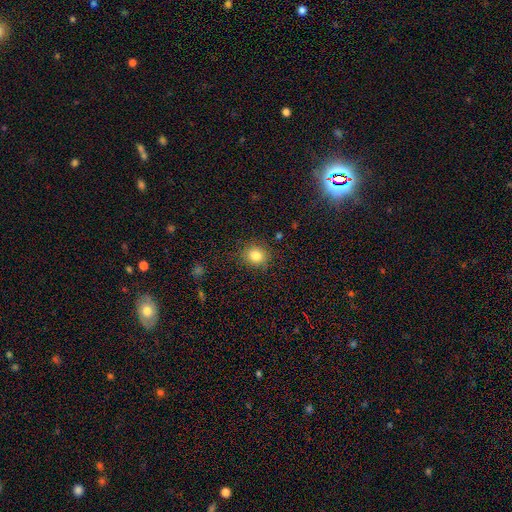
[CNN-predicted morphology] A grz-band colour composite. It shows a smooth galaxy with no disk features (83%) that is round (74%). Merging: none (85%).